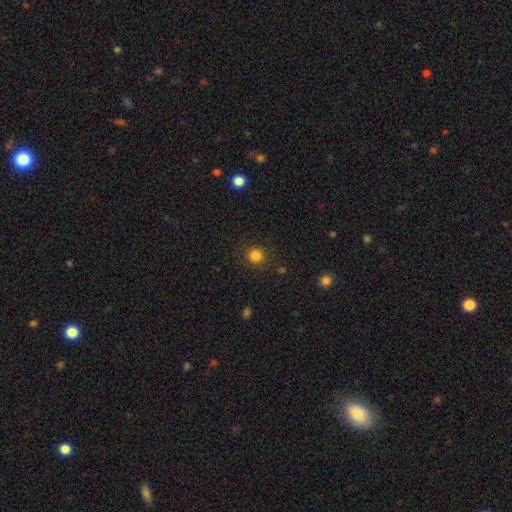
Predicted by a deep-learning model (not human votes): This appears to be a smooth galaxy with no disk features (83%) that is round (93%). Merging: none (89%).